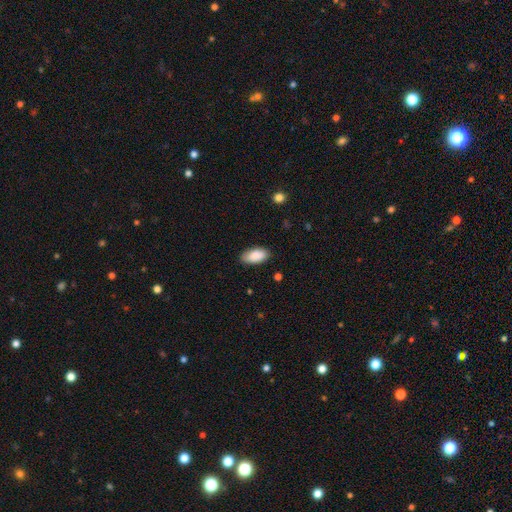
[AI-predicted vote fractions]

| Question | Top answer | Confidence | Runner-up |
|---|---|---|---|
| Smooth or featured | smooth | 89% | star or artifact (6%) |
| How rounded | in between | 95% | cigar-shaped (3%) |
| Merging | none | 85% | minor disturbance (12%) |